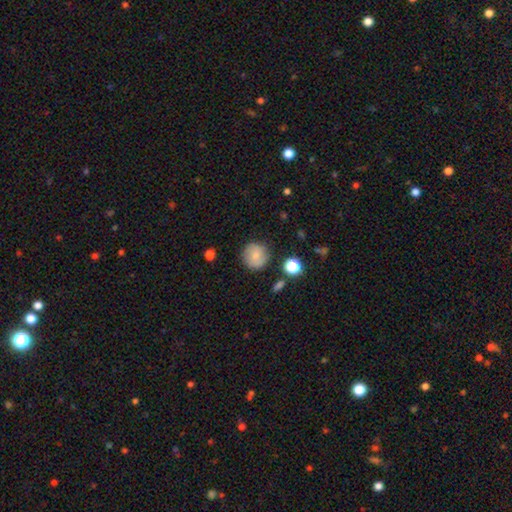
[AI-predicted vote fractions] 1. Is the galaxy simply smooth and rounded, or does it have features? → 70% smooth, 21% featured or disk, 9% star or artifact.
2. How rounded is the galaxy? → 93% round, 6% in between, 1% cigar-shaped.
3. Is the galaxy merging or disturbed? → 83% none, 11% minor disturbance, 3% major disturbance, 3% merger.